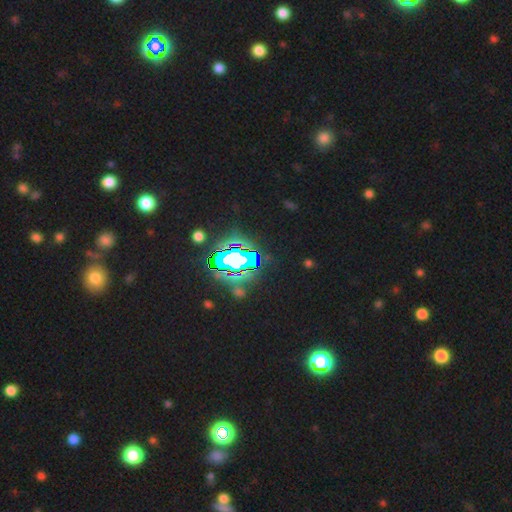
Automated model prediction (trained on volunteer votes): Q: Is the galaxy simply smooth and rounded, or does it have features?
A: star or artifact — 79%.